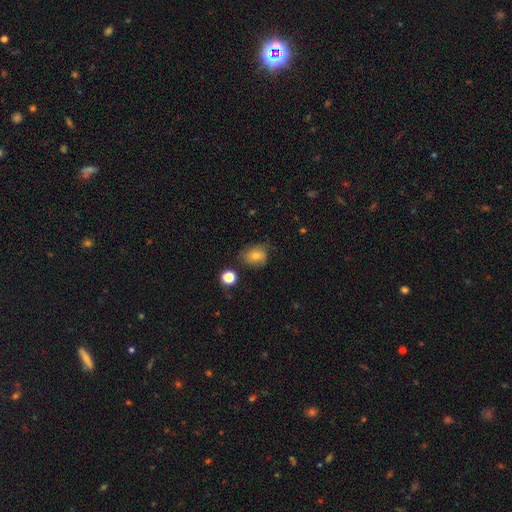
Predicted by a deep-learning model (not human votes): Smooth or featured?
  - smooth: 61% *
  - featured or disk: 25%
  - star or artifact: 14%
How rounded?
  - round: 54% *
  - in between: 45%
  - cigar-shaped: 1%
Merging?
  - none: 57% *
  - minor disturbance: 29%
  - major disturbance: 11%
  - merger: 3%